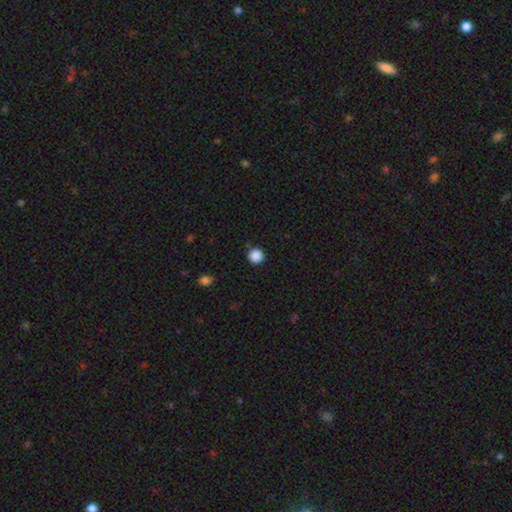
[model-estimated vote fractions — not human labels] Smooth or featured: smooth — 87% (star or artifact — 10%)
How rounded: round — 96% (in between — 3%)
Merging: none — 90% (minor disturbance — 6%)